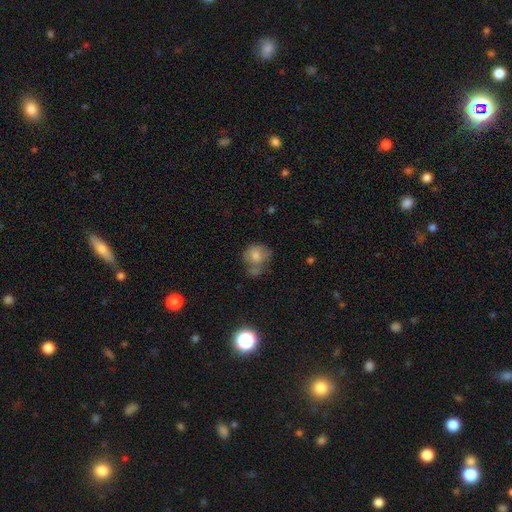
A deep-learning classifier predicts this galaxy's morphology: Smooth or featured: smooth — 69% (featured or disk — 17%)
How rounded: round — 74% (in between — 25%)
Merging: none — 46% (merger — 22%)